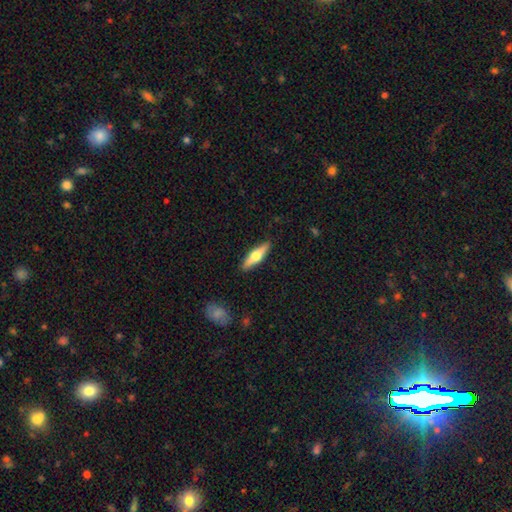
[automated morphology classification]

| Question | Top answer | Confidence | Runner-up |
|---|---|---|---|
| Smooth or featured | featured or disk | 53% | smooth (42%) |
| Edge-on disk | yes | 94% | no (6%) |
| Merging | none | 89% | minor disturbance (8%) |